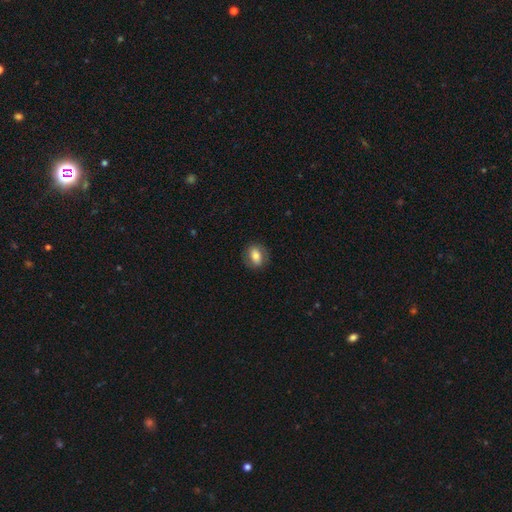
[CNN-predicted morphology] Smooth or featured? Predicted: smooth (p=0.71). How rounded? Predicted: in between (p=0.65). Merging? Predicted: none (p=0.82).